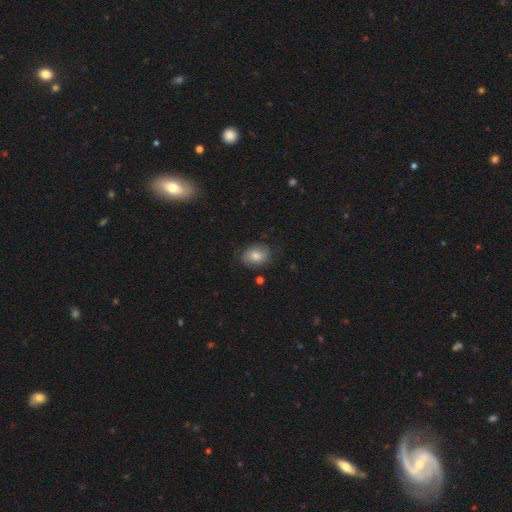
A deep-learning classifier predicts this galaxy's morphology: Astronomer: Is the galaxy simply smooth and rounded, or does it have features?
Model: smooth — 78%.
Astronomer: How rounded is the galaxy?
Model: in between — 67%.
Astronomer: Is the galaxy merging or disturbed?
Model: none — 80%.